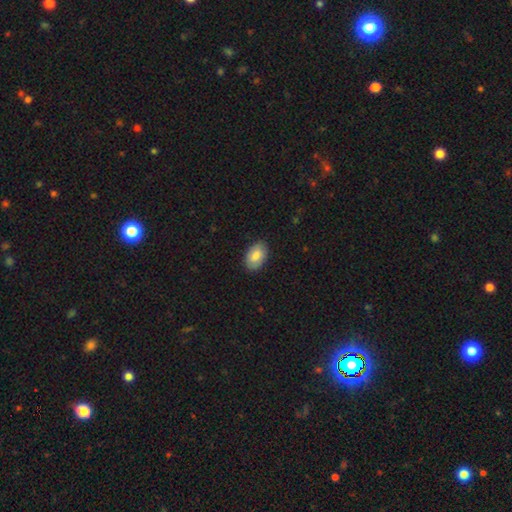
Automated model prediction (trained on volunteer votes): Smooth or featured? smooth (80%)
How rounded? in between (92%)
Merging? none (87%)